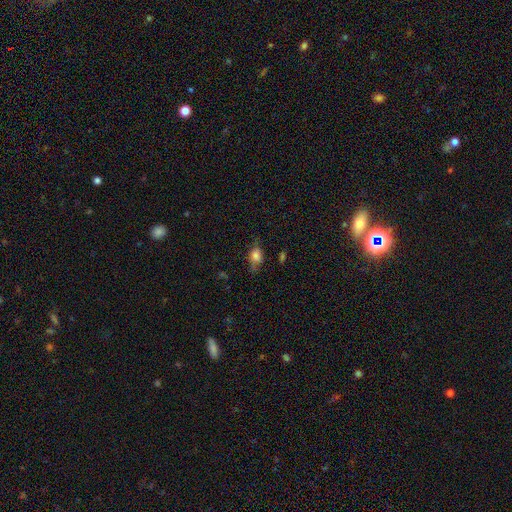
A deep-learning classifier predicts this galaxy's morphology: smooth-or-featured: smooth: 72% | featured or disk: 17% | star or artifact: 11%
  how-rounded: in between: 72% | round: 23% | cigar-shaped: 5%
  merging: none: 60% | minor disturbance: 28% | major disturbance: 10% | merger: 2%